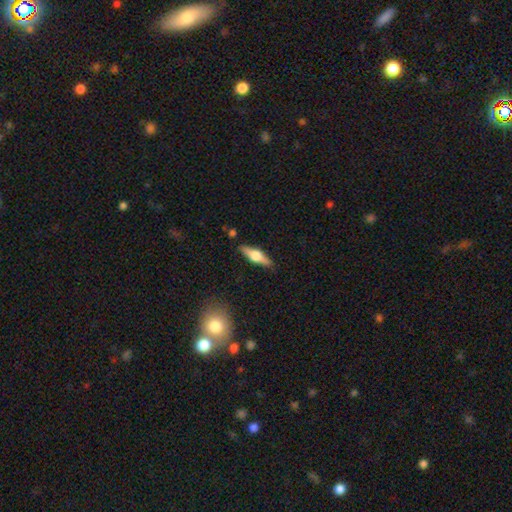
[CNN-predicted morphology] Overall: featured or disk (65%; smooth 29%). Edge-on disk: yes (96%). Edge-on bulge: rounded (94%). Merging: none (88%).